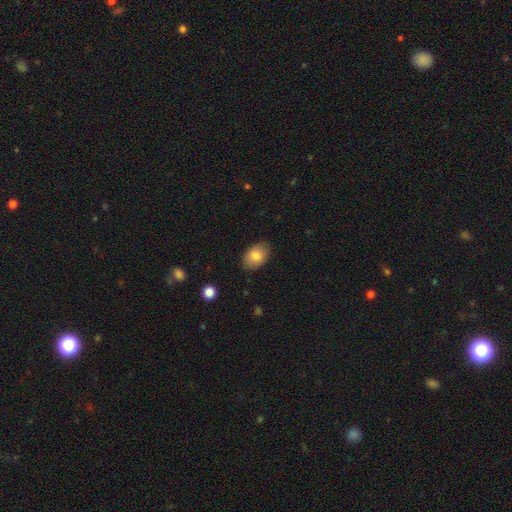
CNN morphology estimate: Smooth or featured: smooth — 81% (featured or disk — 12%)
How rounded: in between — 86% (round — 13%)
Merging: none — 85% (minor disturbance — 12%)